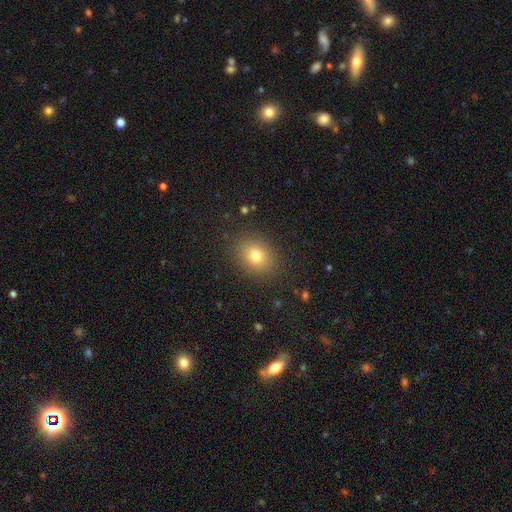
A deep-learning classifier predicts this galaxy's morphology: A smooth galaxy with no disk features (78%) that is in between round and cigar-shaped (54%). Merging: none (87%).